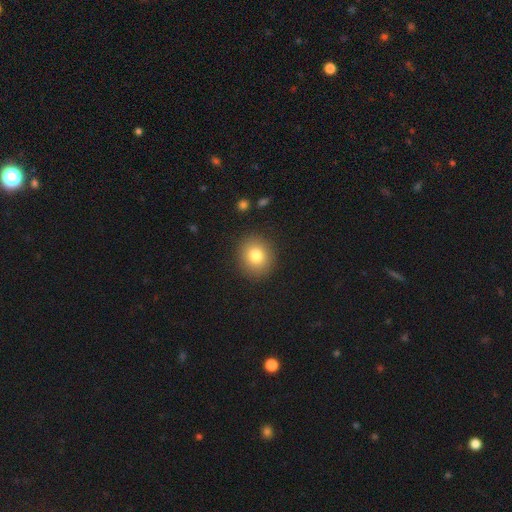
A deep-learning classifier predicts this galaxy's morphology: A smooth galaxy with no disk features (80%) that is round (83%). Merging: none (90%).